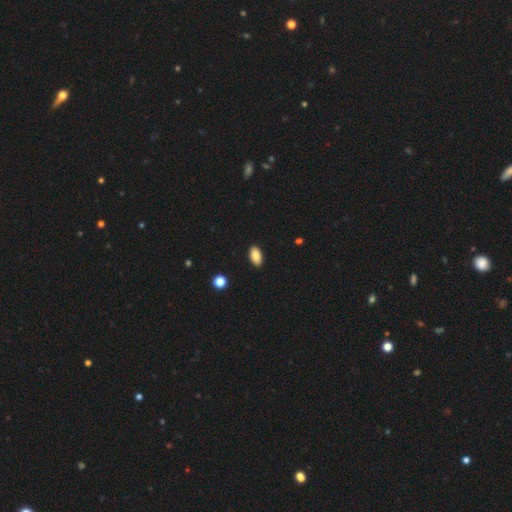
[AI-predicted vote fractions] Smooth or featured? smooth (88%)
How rounded? in between (93%)
Merging? none (90%)